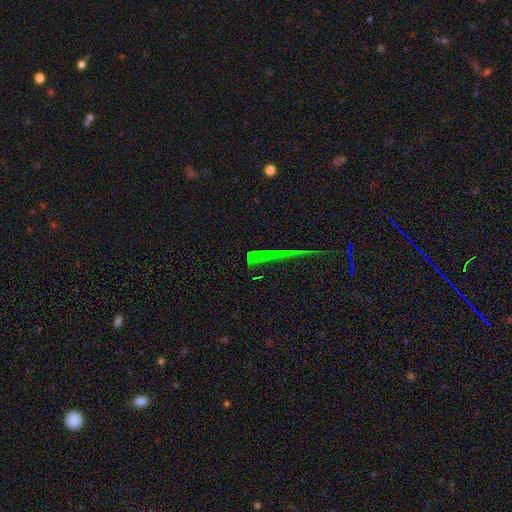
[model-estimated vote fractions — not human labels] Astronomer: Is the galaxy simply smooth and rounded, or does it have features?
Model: star or artifact — 75%.